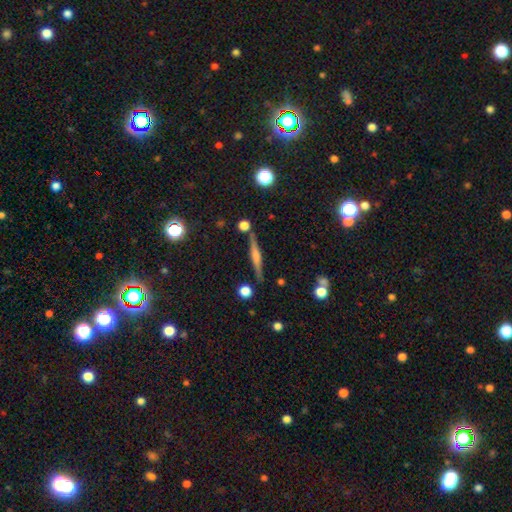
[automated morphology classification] A featured or disk galaxy (64%) viewed edge-on (97%) with a rounded central bulge (59%). Merging: none (86%).